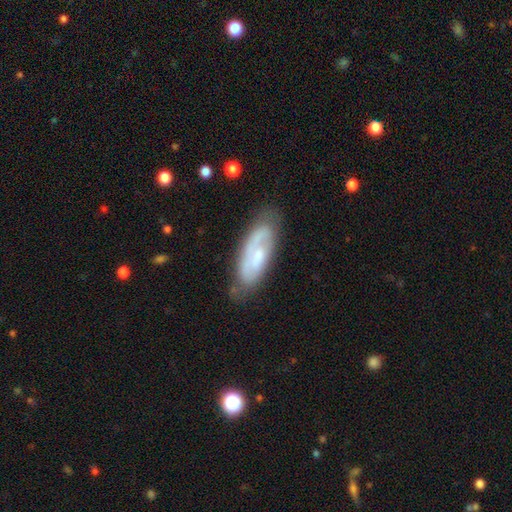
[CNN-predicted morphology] The model was most divided on "bar": no: 54%, weak: 36%, strong: 9%. More confident: edge-on disk — no (87%); spiral arms — yes (76%); merging — none (69%); smooth or featured — featured or disk (60%); bulge size — small (52%).